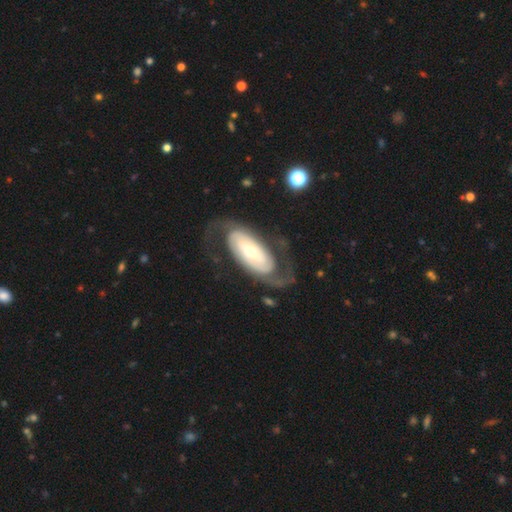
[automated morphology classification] Q: Smooth or featured?
A: featured or disk (79%); runner-up: smooth (16%)
Q: Edge-on disk?
A: no (93%); runner-up: yes (7%)
Q: Bar?
A: no (48%); runner-up: weak (29%)
Q: Spiral arms?
A: yes (90%); runner-up: no (10%)
Q: Spiral winding?
A: medium (37%); tied with: tight (37%)
Q: Spiral arm count?
A: 2 (82%); runner-up: can't tell (10%)
Q: Bulge size?
A: moderate (49%); runner-up: small (36%)
Q: Merging?
A: none (66%); runner-up: major disturbance (18%)